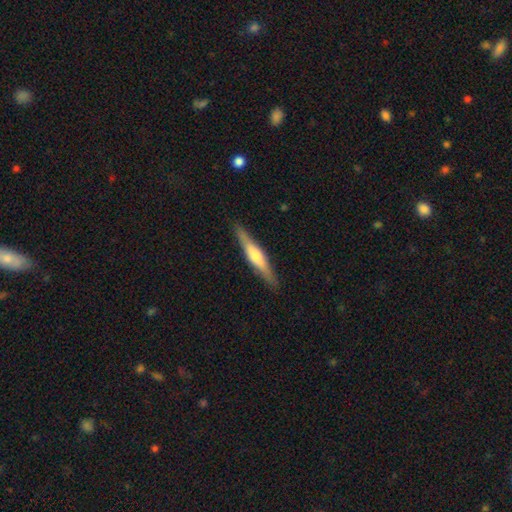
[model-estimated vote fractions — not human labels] Morphology: type=featured or disk (61%); edge-on=yes (96%); edge-on bulge=rounded (81%); merging=none (90%).